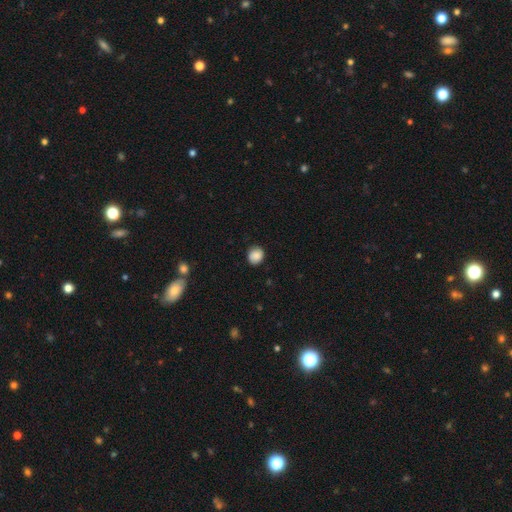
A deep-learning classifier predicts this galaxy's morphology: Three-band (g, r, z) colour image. It shows a smooth galaxy with no disk features (86%) that is round (80%). Merging: none (85%).